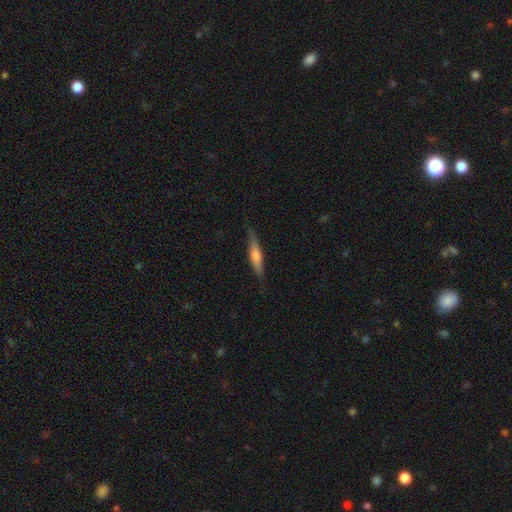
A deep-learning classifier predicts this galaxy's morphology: The model was most divided on "smooth or featured" (2-way tie): featured or disk: 47%, smooth: 47%, star or artifact: 6%. More confident: merging — none (82%).